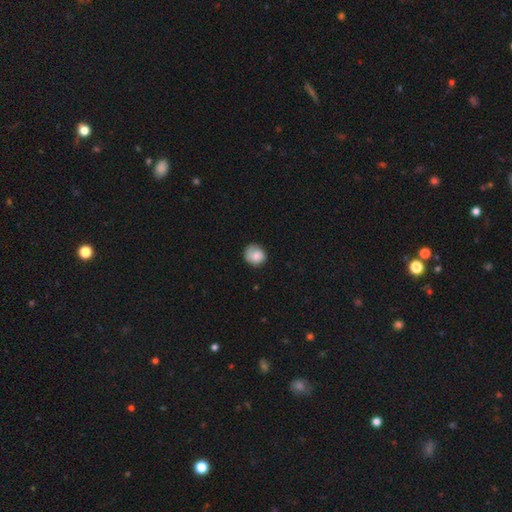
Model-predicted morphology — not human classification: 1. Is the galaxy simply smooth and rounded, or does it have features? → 71% smooth, 21% featured or disk, 7% star or artifact.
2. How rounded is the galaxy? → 82% round, 17% in between, 1% cigar-shaped.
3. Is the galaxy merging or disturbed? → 67% none, 25% minor disturbance, 7% major disturbance, 1% merger.